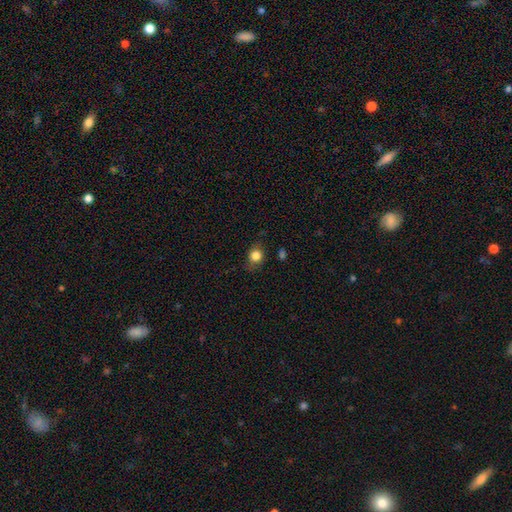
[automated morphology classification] This is clearly a smooth galaxy (81%). How rounded: likely round (67%). Merging: likely none (75%).